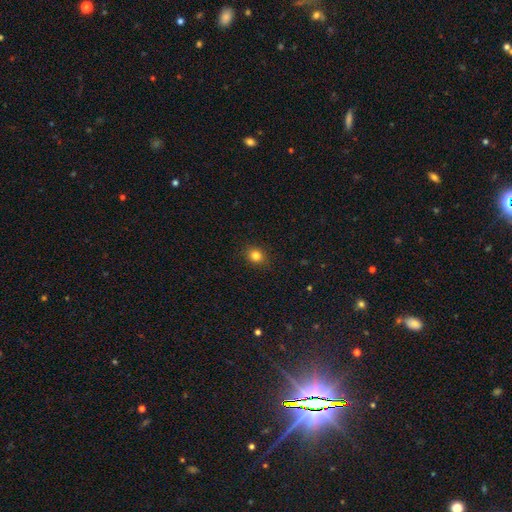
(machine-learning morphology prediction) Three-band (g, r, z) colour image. It shows a smooth galaxy with no disk features (81%) that is round (76%). Merging: none (90%).